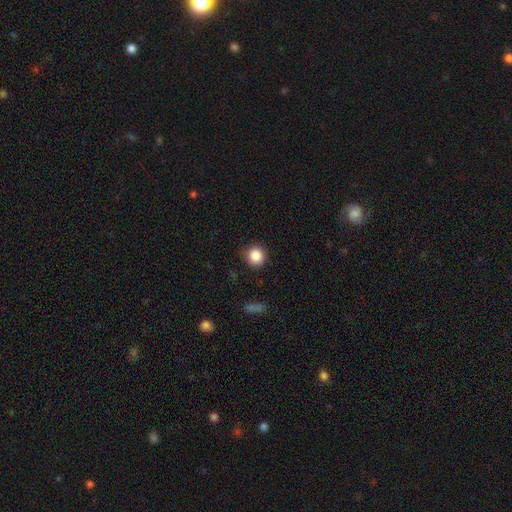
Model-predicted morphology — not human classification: A smooth galaxy with no disk features (87%) that is round (92%). Merging: none (87%).